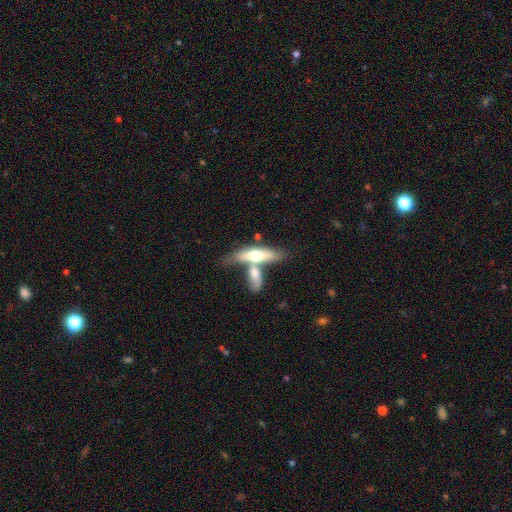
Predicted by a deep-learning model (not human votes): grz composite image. It shows a smooth galaxy with no disk features (51%) that is cigar-shaped (54%). Merging: merger (58%).